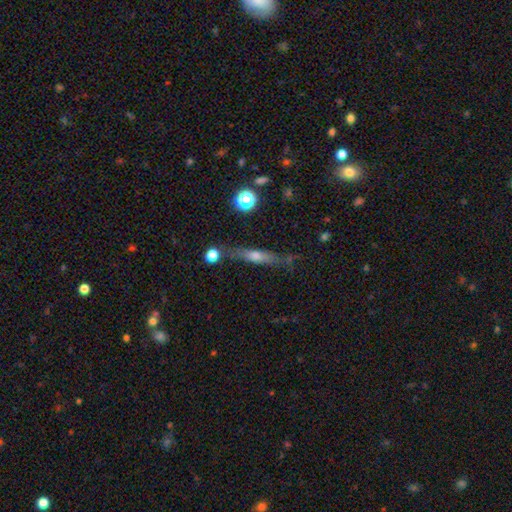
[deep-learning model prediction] Smooth or featured: featured or disk — 48% (smooth — 42%)
Merging: none — 74% (minor disturbance — 16%)